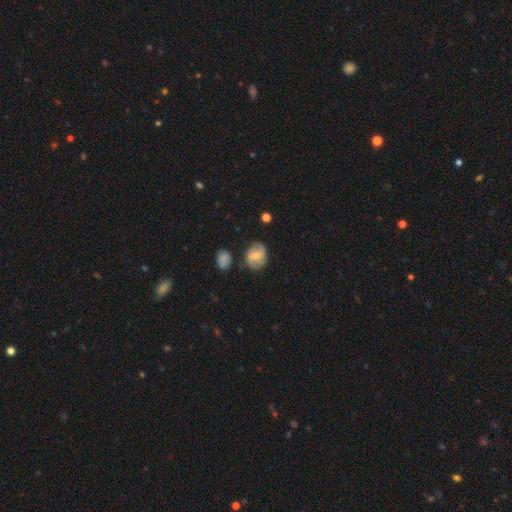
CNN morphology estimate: A featured or disk galaxy (51%). Merging: none (69%).